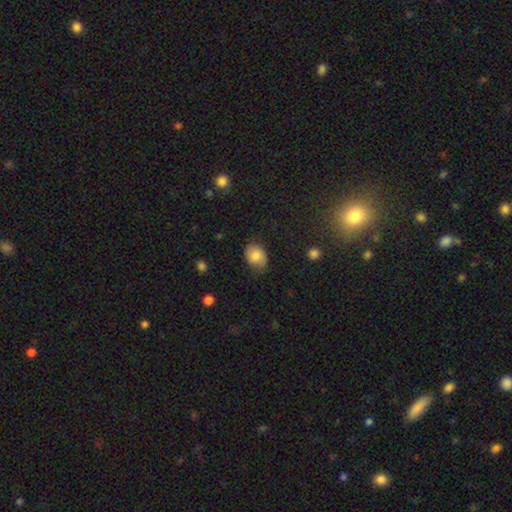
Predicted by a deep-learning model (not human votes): This is clearly a smooth galaxy (80%). How rounded: likely in between (61%). Merging: likely none (75%).